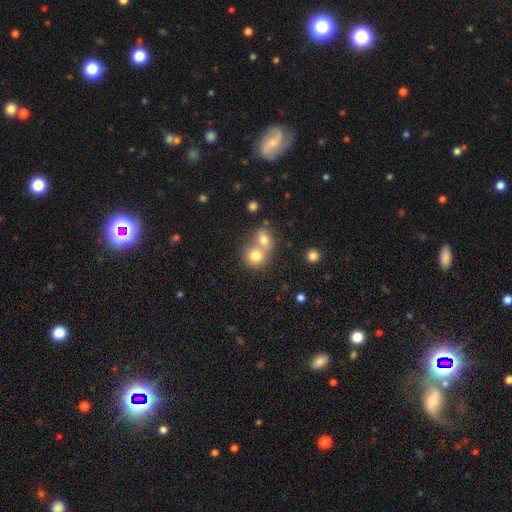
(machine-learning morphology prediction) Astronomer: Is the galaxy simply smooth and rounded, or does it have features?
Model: smooth — 77%.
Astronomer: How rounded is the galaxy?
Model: round — 75%.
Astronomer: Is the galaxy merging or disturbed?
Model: merger — 63%.